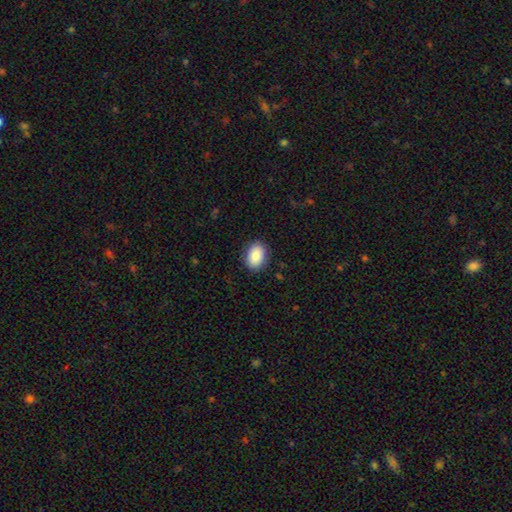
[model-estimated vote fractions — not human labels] Overall: smooth (87%). How rounded: in between (81%). Merging: none (87%).